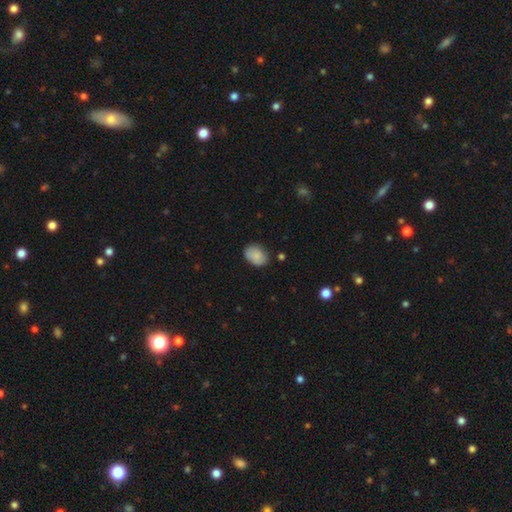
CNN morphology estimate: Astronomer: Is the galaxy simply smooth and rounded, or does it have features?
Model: smooth — 84%.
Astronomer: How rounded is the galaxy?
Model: in between — 75%.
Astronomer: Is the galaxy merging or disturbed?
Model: none — 77%.